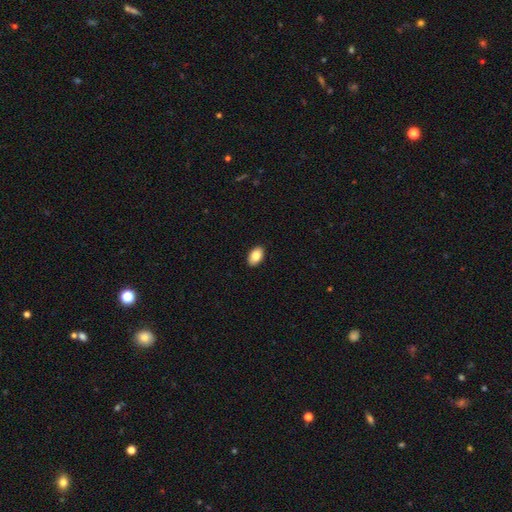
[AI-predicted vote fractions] Smooth or featured? smooth (85%)
How rounded? in between (93%)
Merging? none (90%)